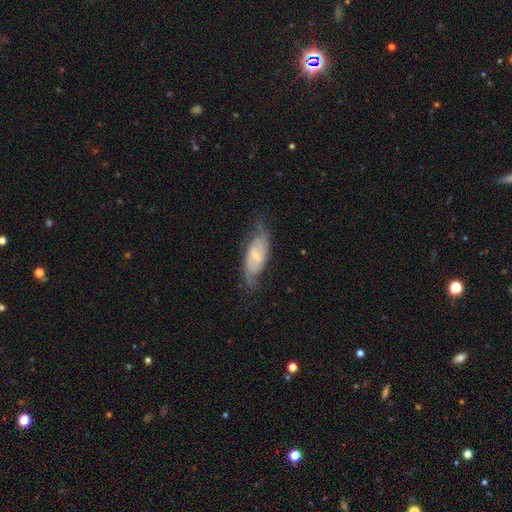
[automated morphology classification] smooth-or-featured: featured or disk: 74% | smooth: 20% | star or artifact: 6%
  disk-edge-on: no: 91% | yes: 9%
    bar: weak: 53% | no: 29% | strong: 18%
    has-spiral-arms: yes: 92% | no: 8%
      spiral-winding: medium: 45% | tight: 28% | loose: 27%
      spiral-arm-count: 2: 78% | can't tell: 14% | 3: 4% | 1: 2% | 4: 2% | more than 4: 1%
    bulge-size: small: 56% | moderate: 25% | none: 15% | large: 3% | dominant: 1%
  merging: none: 65% | minor disturbance: 22% | major disturbance: 11% | merger: 2%